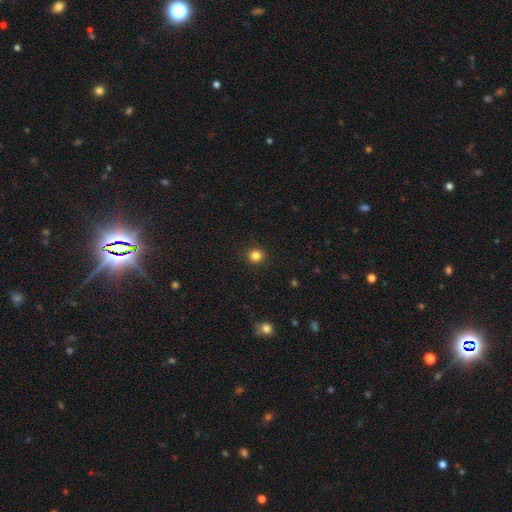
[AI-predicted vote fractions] The model was most divided on "smooth or featured": smooth: 83%, star or artifact: 13%, featured or disk: 4%. More confident: merging — none (91%); how rounded — round (90%).